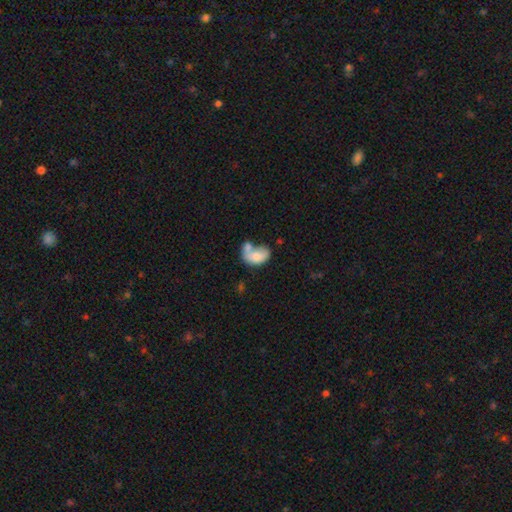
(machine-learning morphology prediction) Smooth or featured: smooth — 71% (featured or disk — 21%)
How rounded: in between — 83% (round — 16%)
Merging: merger — 54% (none — 20%)